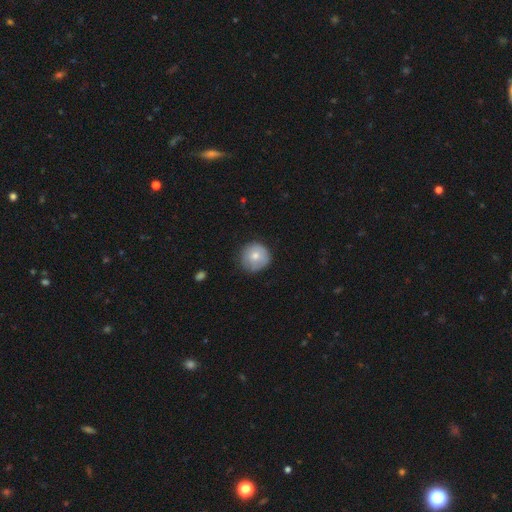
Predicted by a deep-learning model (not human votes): The model was most divided on "smooth or featured": smooth: 74%, featured or disk: 18%, star or artifact: 8%. More confident: how rounded — round (94%); merging — none (78%).